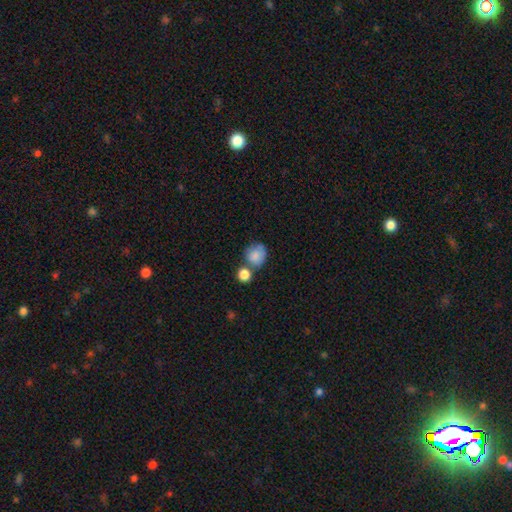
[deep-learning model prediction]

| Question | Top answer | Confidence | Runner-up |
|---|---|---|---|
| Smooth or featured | smooth | 82% | featured or disk (10%) |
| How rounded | round | 80% | in between (19%) |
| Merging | none | 46% | merger (31%) |